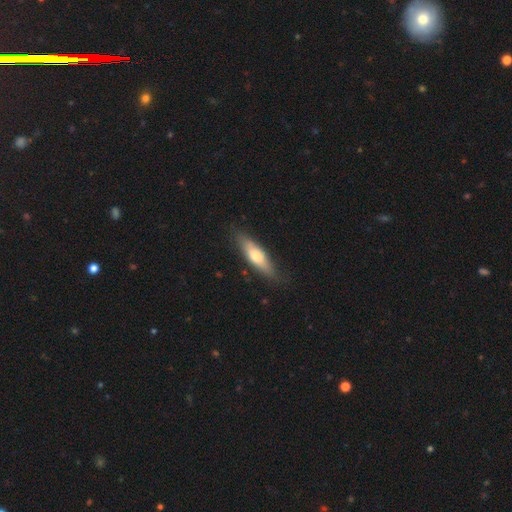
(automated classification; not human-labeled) smooth 58%, featured or disk 36%, star or artifact 6%. Down the decision tree: how rounded — cigar-shaped (65%); merging — none (83%).